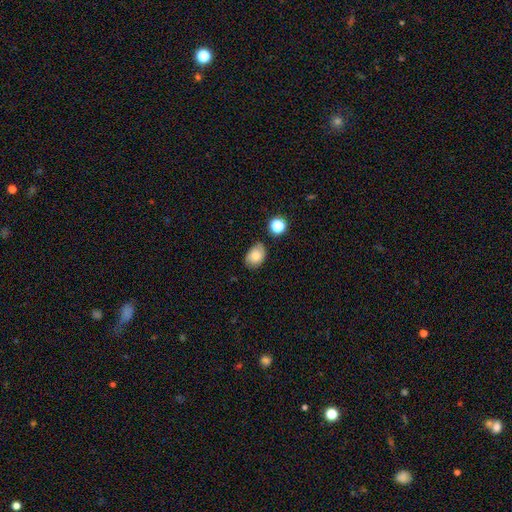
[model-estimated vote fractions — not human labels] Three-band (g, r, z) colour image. It shows a smooth galaxy with no disk features (67%) that is in between round and cigar-shaped (70%). Merging: none (69%).